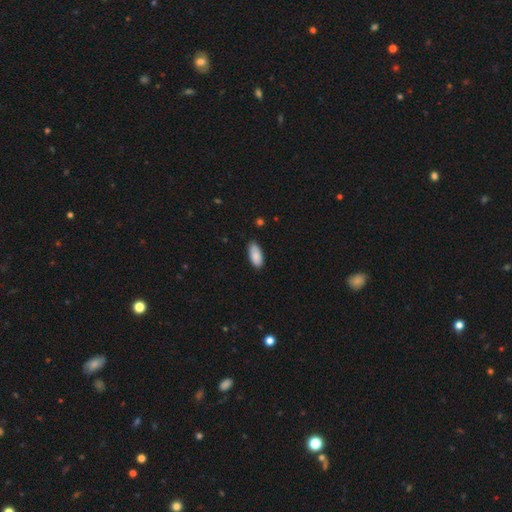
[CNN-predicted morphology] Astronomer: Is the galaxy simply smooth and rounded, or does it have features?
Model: smooth — 87%.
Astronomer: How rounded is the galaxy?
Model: in between — 91%.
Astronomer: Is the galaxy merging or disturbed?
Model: none — 80%.